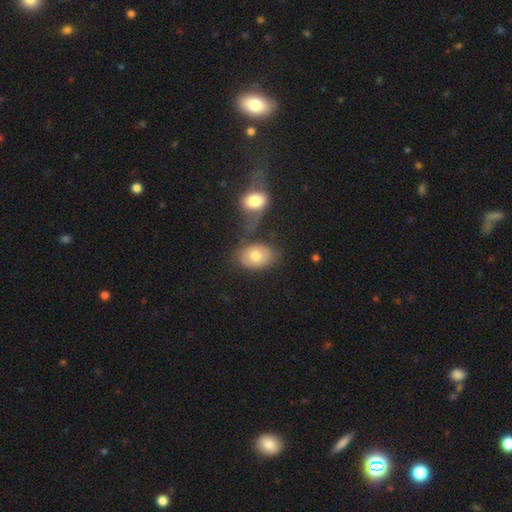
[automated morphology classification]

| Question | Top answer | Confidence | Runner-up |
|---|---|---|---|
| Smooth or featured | smooth | 72% | featured or disk (20%) |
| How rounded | in between | 83% | round (16%) |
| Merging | none | 51% | merger (26%) |